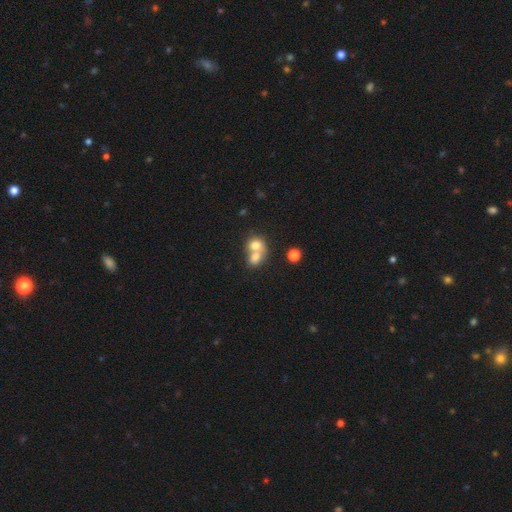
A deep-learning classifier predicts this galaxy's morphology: This is likely a smooth galaxy (70%). How rounded: possibly round (56%). Merging: likely merger (74%).